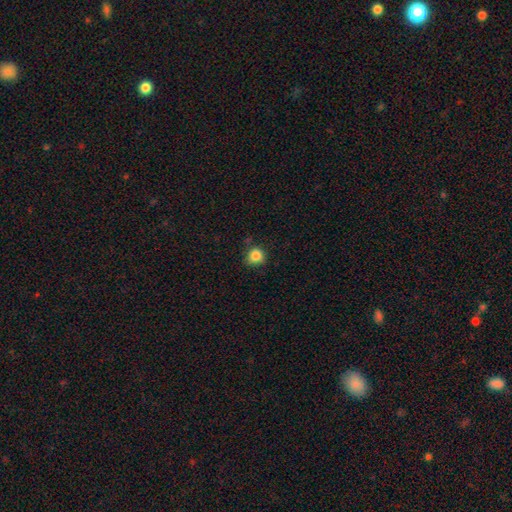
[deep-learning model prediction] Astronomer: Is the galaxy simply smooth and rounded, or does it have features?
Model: smooth — 84%.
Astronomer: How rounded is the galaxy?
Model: round — 84%.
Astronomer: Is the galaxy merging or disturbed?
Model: none — 74%.